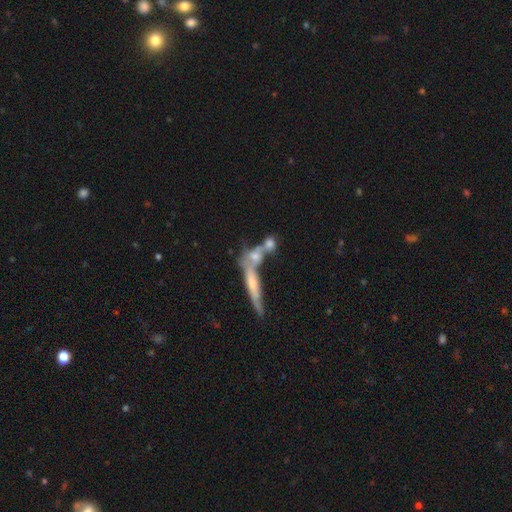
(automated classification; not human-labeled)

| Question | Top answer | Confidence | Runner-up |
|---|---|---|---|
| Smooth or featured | smooth | 46% | featured or disk (42%) |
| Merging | merger | 49% | none (33%) |